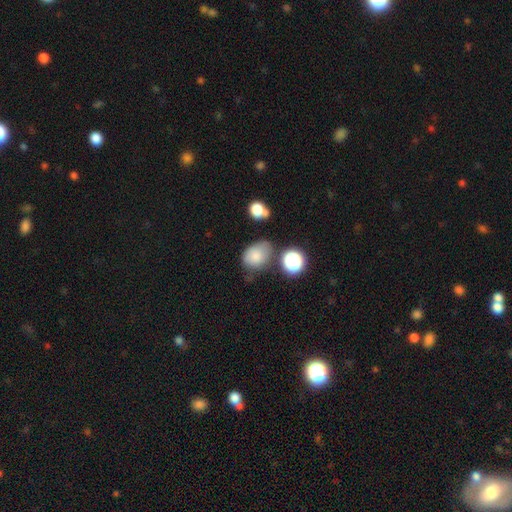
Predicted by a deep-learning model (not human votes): Overall: smooth (78%). How rounded: in between (72%). Merging: none (55%; minor disturbance 26%).